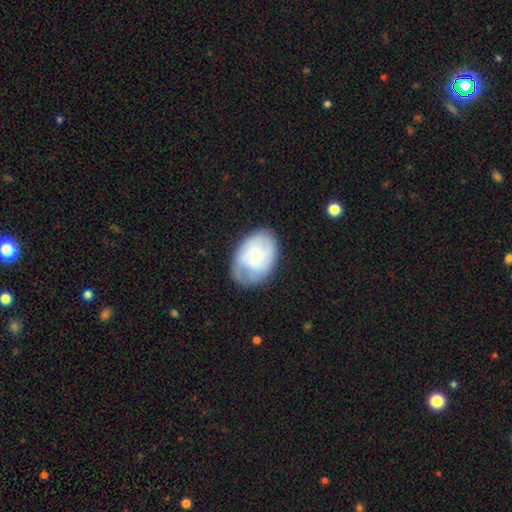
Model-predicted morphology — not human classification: Smooth or featured? featured or disk (47%)
Merging? none (64%)